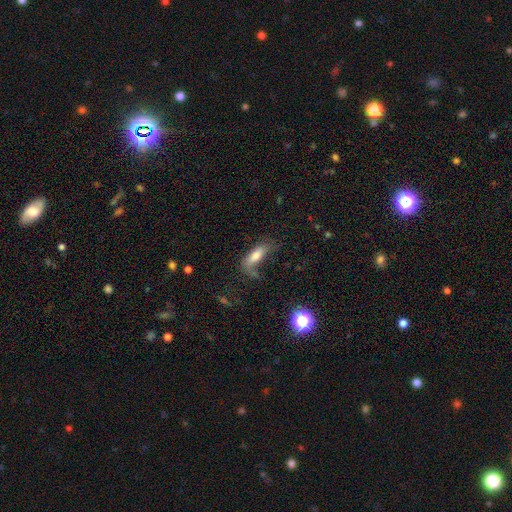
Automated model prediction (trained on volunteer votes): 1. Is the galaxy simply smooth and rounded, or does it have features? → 68% smooth, 23% featured or disk, 10% star or artifact.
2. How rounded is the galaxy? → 62% in between, 34% cigar-shaped, 3% round.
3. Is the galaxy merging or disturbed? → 41% none, 27% major disturbance, 24% minor disturbance, 8% merger.